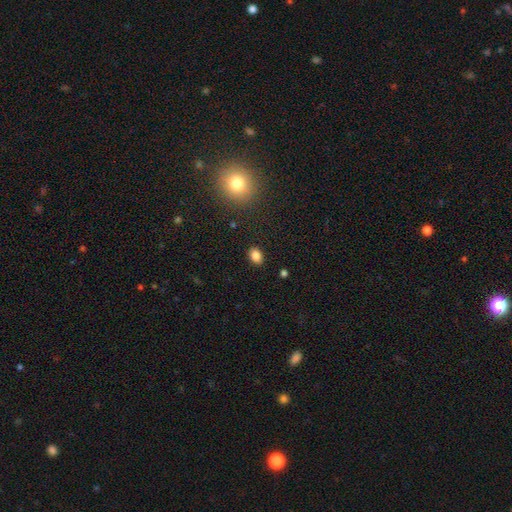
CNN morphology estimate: Smooth or featured?
  - smooth: 84% *
  - star or artifact: 10%
  - featured or disk: 5%
How rounded?
  - in between: 76% *
  - round: 22%
  - cigar-shaped: 1%
Merging?
  - none: 88% *
  - minor disturbance: 9%
  - major disturbance: 2%
  - merger: 1%